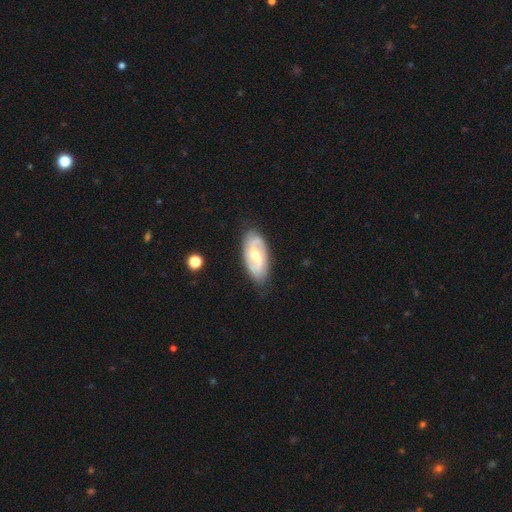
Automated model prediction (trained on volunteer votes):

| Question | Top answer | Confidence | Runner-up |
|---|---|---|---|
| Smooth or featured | featured or disk | 82% | smooth (14%) |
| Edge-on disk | no | 95% | yes (5%) |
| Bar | weak | 49% | strong (32%) |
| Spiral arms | yes | 92% | no (8%) |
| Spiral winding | medium | 47% | tight (33%) |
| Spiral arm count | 2 | 89% | can't tell (6%) |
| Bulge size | moderate | 66% | small (20%) |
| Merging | none | 81% | minor disturbance (14%) |